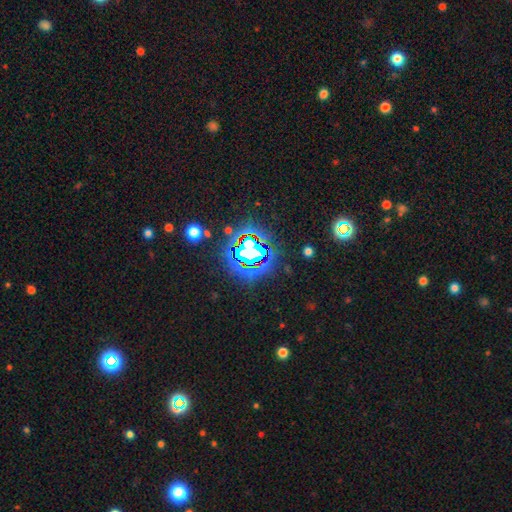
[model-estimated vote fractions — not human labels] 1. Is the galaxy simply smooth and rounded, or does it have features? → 81% star or artifact, 11% smooth, 8% featured or disk.